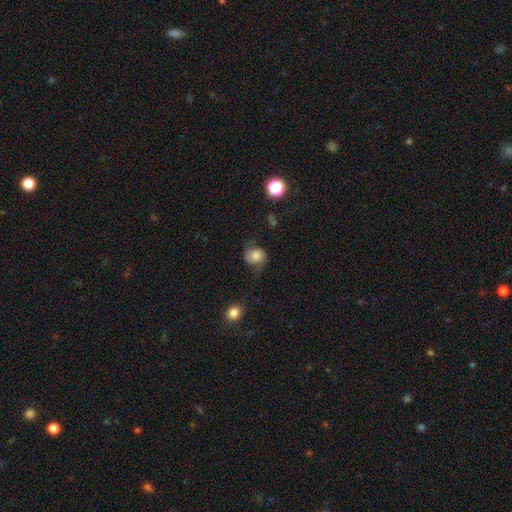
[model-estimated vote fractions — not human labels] Overall: smooth (50%; featured or disk 40%). How rounded: round (74%). Merging: none (57%; minor disturbance 25%).